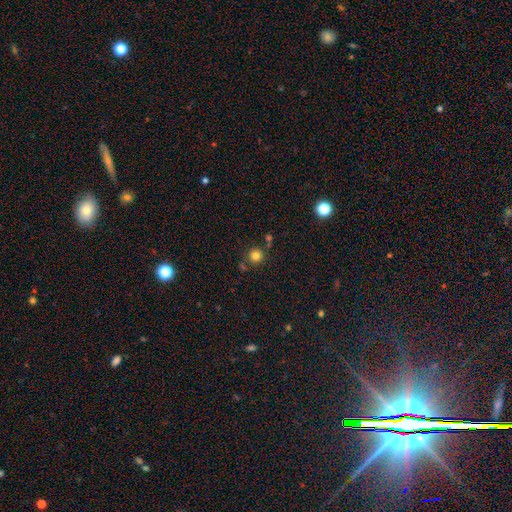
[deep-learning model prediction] smooth_or_featured: smooth (p=0.81) [alt: star or artifact p=0.13]
how_rounded: round (p=0.93) [alt: in between p=0.06]
merging: none (p=0.77) [alt: minor disturbance p=0.10]